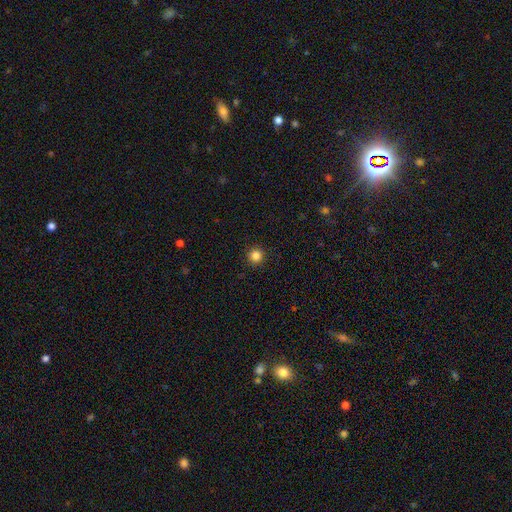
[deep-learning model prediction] smooth 85%, star or artifact 12%, featured or disk 4%. Down the decision tree: how rounded — round (95%); merging — none (92%).